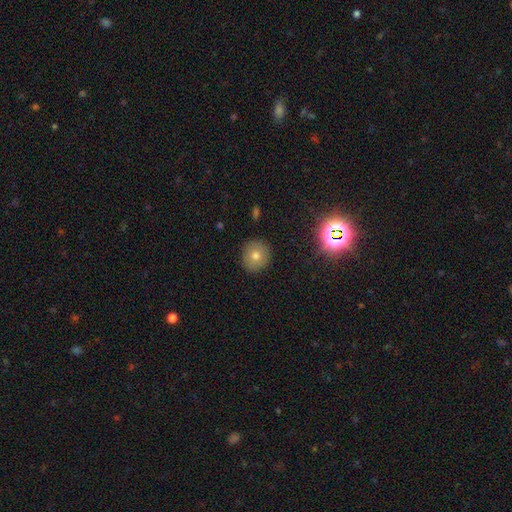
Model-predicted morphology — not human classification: A smooth galaxy with no disk features (70%) that is round (88%). Merging: none (89%).